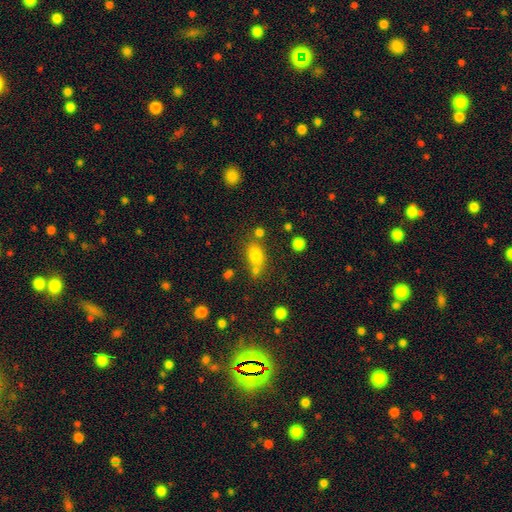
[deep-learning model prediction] Overall: smooth (77%). How rounded: in between (77%). Merging: none (56%; merger 24%).